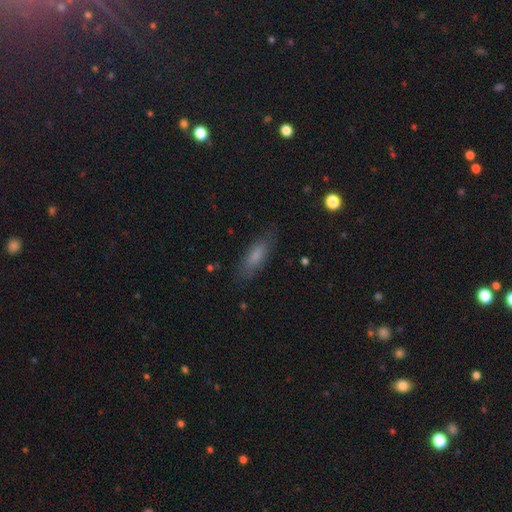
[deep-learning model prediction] Smooth or featured? smooth (74%)
How rounded? in between (53%)
Merging? none (82%)